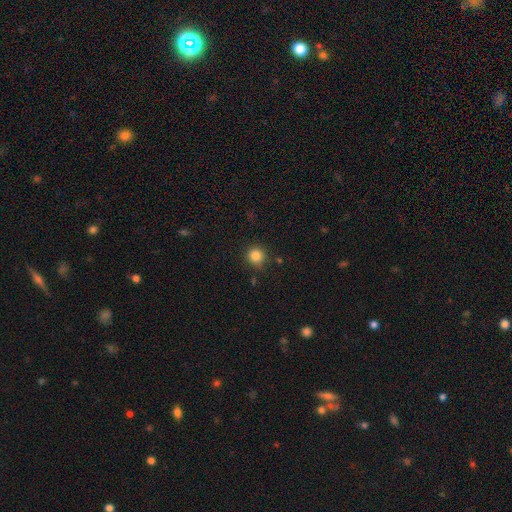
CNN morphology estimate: Smooth or featured: smooth — 84% (star or artifact — 11%)
How rounded: round — 92% (in between — 7%)
Merging: none — 85% (minor disturbance — 10%)